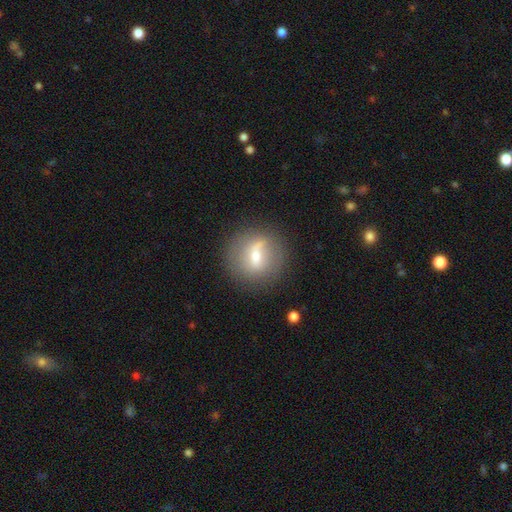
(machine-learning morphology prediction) smooth 45% (tied), featured or disk 45% (tied), star or artifact 10%. Down the decision tree: merging — none (79%).